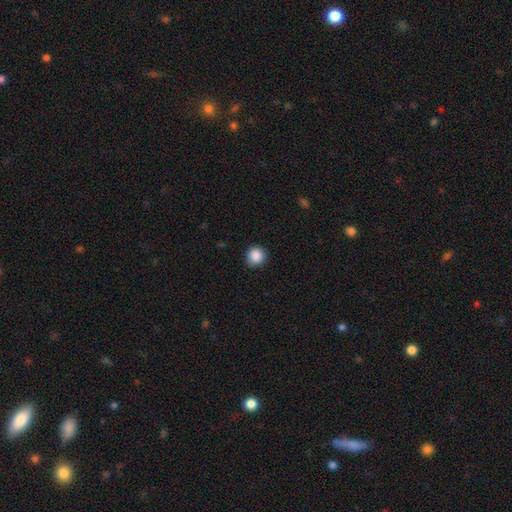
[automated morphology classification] This is clearly a smooth galaxy (88%). How rounded: clearly round (92%). Merging: clearly none (88%).